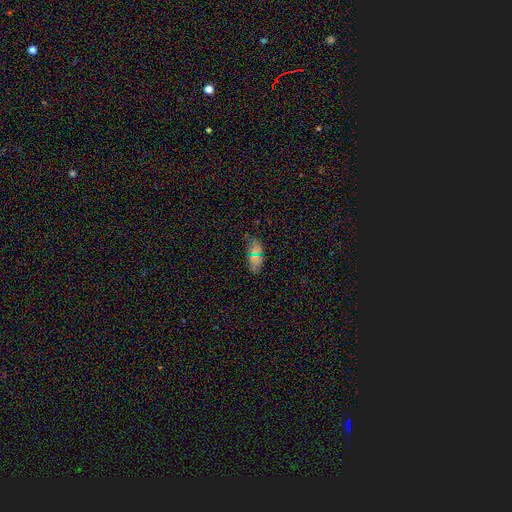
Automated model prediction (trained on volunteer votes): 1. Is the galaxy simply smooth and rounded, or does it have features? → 58% smooth, 27% star or artifact, 15% featured or disk.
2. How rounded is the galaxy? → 89% in between, 6% cigar-shaped, 4% round.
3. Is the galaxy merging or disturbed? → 71% none, 19% minor disturbance, 6% major disturbance, 4% merger.